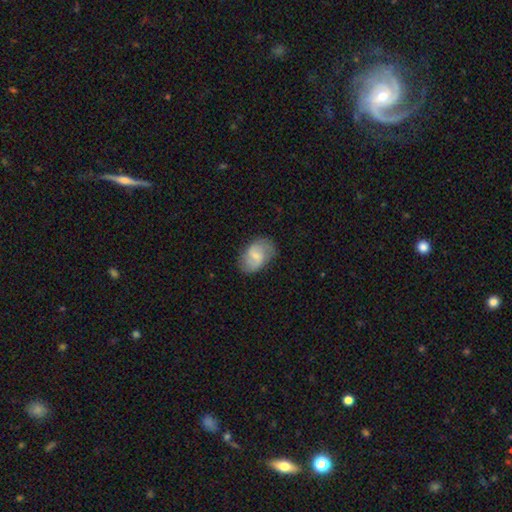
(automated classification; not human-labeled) smooth_or_featured: featured or disk (p=0.53) [alt: smooth p=0.41]
disk_edge_on: no (p=0.97) [alt: yes p=0.03]
bar: weak (p=0.59) [alt: no p=0.24]
has_spiral_arms: yes (p=0.82) [alt: no p=0.18]
bulge_size: small (p=0.59) [alt: moderate p=0.31]
merging: none (p=0.74) [alt: minor disturbance p=0.19]